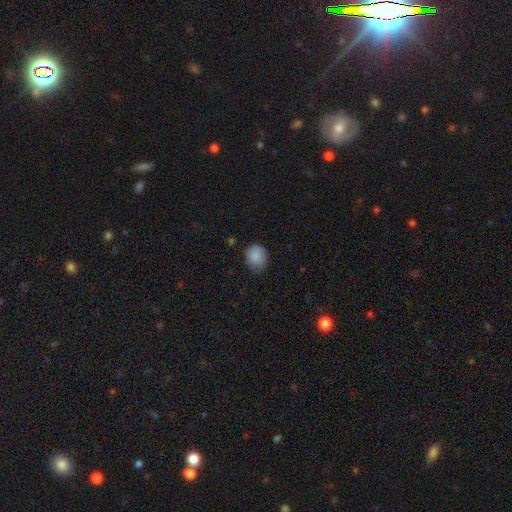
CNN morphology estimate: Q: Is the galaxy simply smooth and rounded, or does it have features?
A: smooth — 87%.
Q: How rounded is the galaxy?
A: round — 63%.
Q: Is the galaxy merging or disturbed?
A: none — 70%.